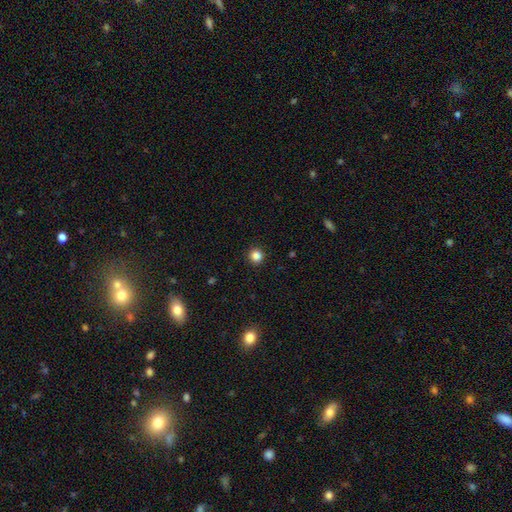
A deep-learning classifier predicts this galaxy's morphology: A smooth galaxy with no disk features (84%) that is round (95%). Merging: none (92%).